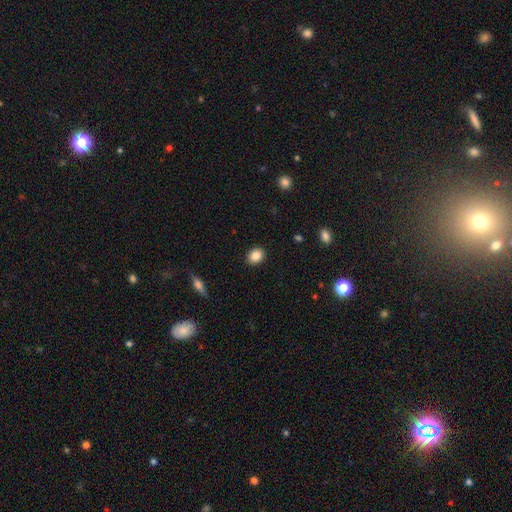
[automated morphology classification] smooth_or_featured: smooth (p=0.86) [alt: star or artifact p=0.09]
how_rounded: round (p=0.51) [alt: in between p=0.48]
merging: none (p=0.90) [alt: minor disturbance p=0.07]